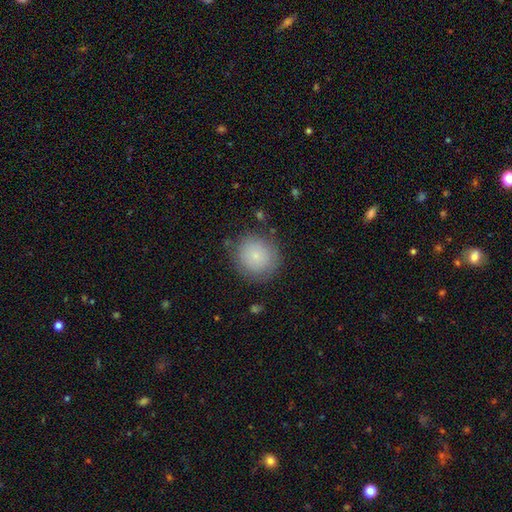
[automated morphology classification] smooth-or-featured: smooth: 81% | featured or disk: 11% | star or artifact: 8%
  how-rounded: round: 92% | in between: 7% | cigar-shaped: 1%
  merging: none: 82% | minor disturbance: 13% | major disturbance: 4% | merger: 2%